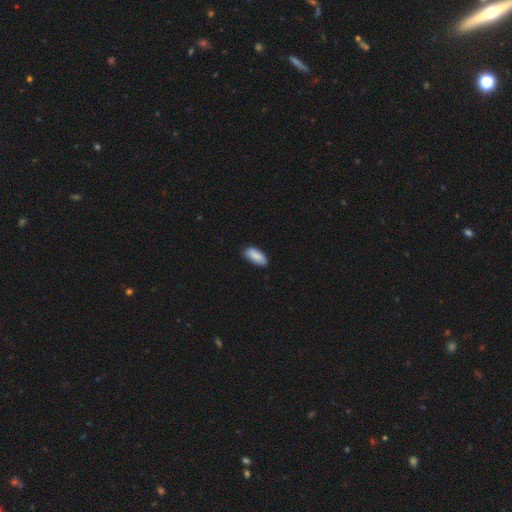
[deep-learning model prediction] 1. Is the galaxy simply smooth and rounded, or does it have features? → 87% smooth, 7% featured or disk, 6% star or artifact.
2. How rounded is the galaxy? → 85% in between, 13% cigar-shaped, 2% round.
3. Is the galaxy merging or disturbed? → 83% none, 14% minor disturbance, 2% major disturbance, 1% merger.